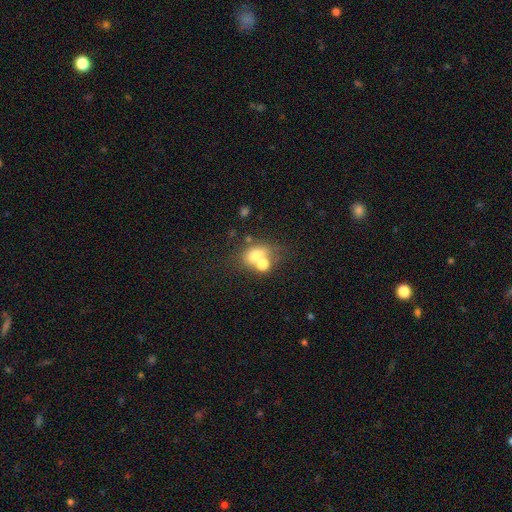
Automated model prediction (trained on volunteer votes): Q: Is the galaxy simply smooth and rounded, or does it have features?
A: smooth — 65%.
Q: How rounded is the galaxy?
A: in between — 56%.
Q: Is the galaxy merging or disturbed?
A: merger — 50%.